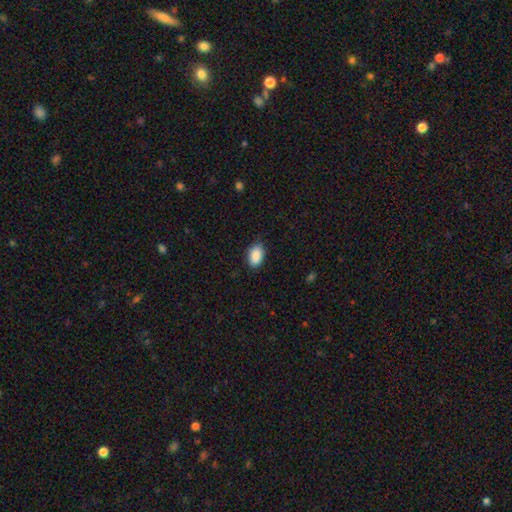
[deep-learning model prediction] smooth-or-featured: smooth: 90% | star or artifact: 7% | featured or disk: 3%
  how-rounded: in between: 90% | round: 9% | cigar-shaped: 1%
  merging: none: 84% | minor disturbance: 13% | major disturbance: 2% | merger: 1%